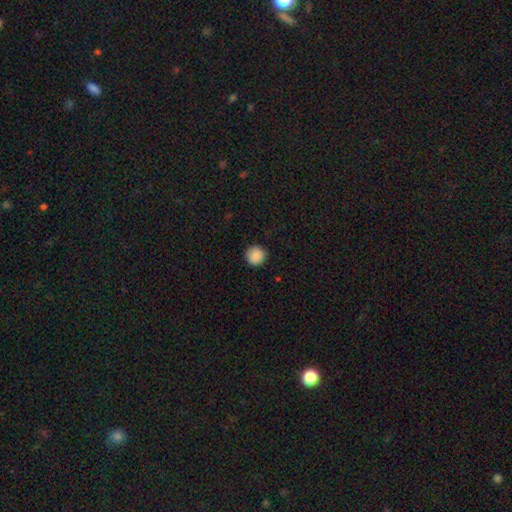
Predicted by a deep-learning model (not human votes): smooth 89%, star or artifact 8%, featured or disk 3%. Down the decision tree: how rounded — round (95%); merging — none (91%).